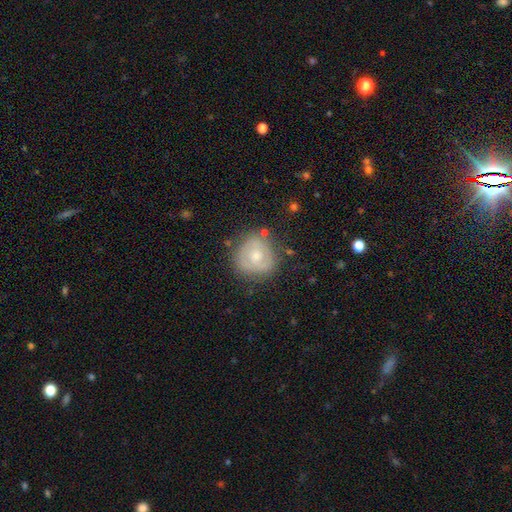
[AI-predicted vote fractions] Morphology: type=featured or disk (49%); merging=none (75%).